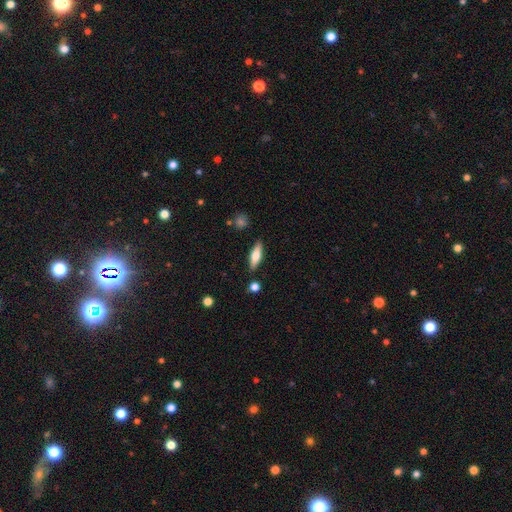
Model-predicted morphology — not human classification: Smooth or featured?
  - smooth: 60% *
  - featured or disk: 34%
  - star or artifact: 6%
How rounded?
  - cigar-shaped: 50% *
  - in between: 48%
  - round: 3%
Merging?
  - none: 86% *
  - minor disturbance: 9%
  - merger: 3%
  - major disturbance: 2%